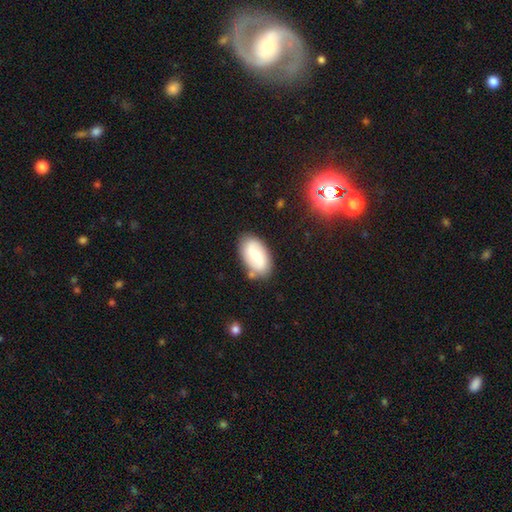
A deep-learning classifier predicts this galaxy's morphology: Overall: featured or disk (49%; smooth 45%). Merging: none (81%).